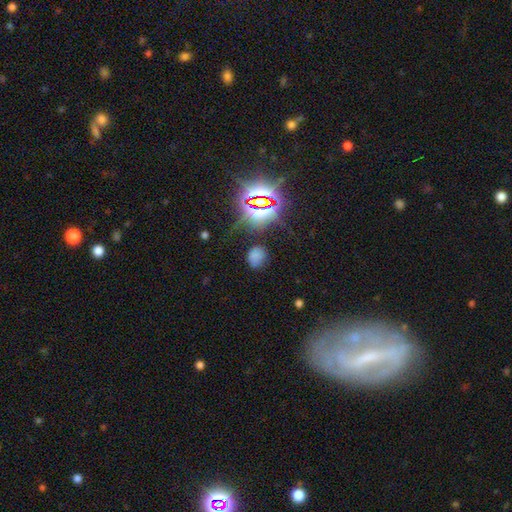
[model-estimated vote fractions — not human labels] smooth_or_featured: smooth (p=0.62) [alt: star or artifact p=0.30]
how_rounded: round (p=0.51) [alt: in between p=0.47]
merging: none (p=0.70) [alt: minor disturbance p=0.19]